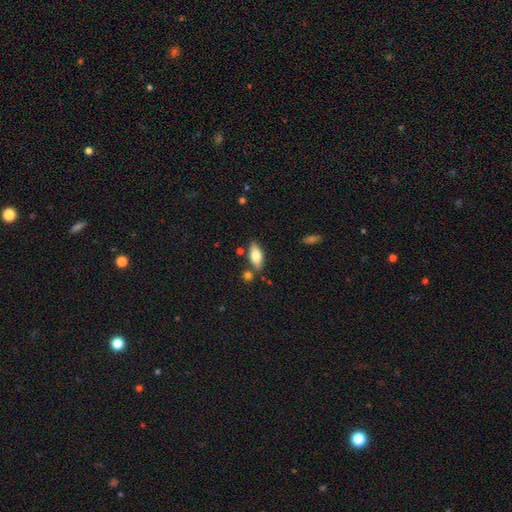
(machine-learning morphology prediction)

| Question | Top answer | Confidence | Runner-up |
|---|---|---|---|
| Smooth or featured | smooth | 69% | featured or disk (24%) |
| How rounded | in between | 79% | cigar-shaped (19%) |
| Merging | none | 77% | minor disturbance (13%) |